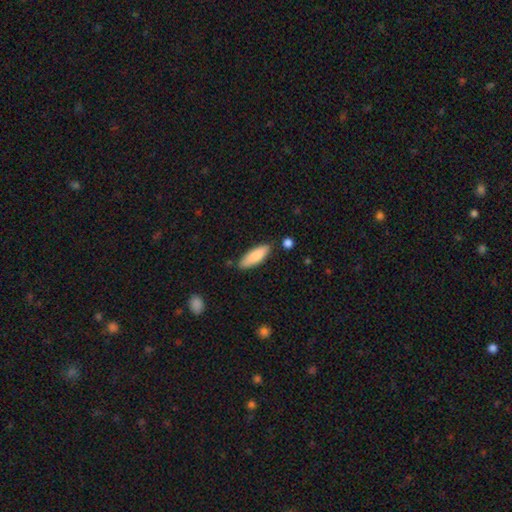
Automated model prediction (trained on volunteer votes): Smooth or featured: smooth — 84% (featured or disk — 10%)
How rounded: in between — 58% (cigar-shaped — 40%)
Merging: none — 80% (minor disturbance — 14%)